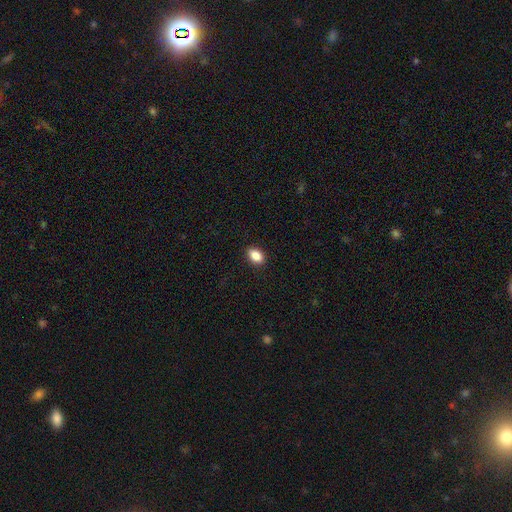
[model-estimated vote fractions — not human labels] smooth_or_featured: smooth (p=0.87) [alt: star or artifact p=0.08]
how_rounded: in between (p=0.83) [alt: round p=0.15]
merging: none (p=0.90) [alt: minor disturbance p=0.07]